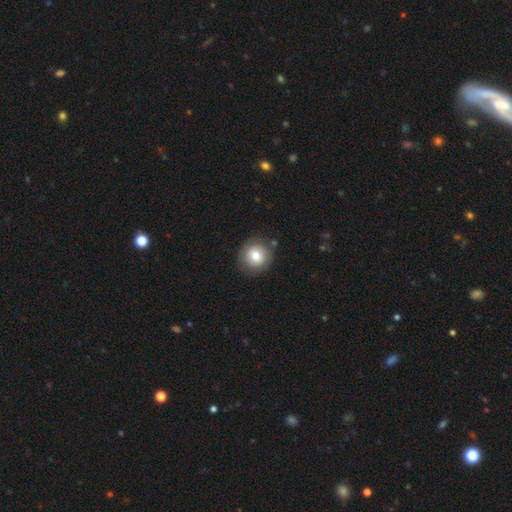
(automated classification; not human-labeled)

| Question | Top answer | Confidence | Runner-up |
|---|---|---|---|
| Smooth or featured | smooth | 73% | featured or disk (18%) |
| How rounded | round | 91% | in between (8%) |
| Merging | none | 81% | minor disturbance (13%) |